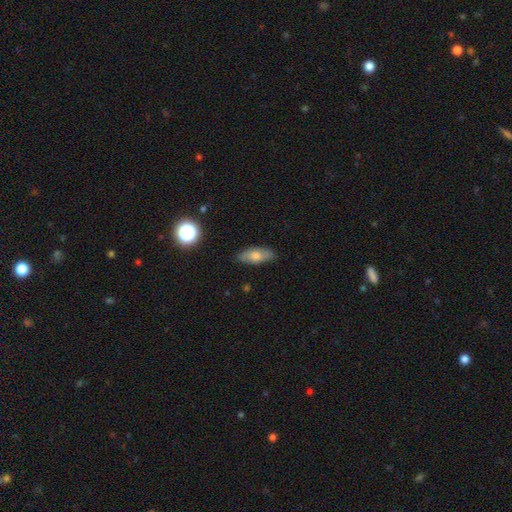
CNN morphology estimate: Smooth or featured? smooth (68%)
How rounded? in between (79%)
Merging? none (81%)